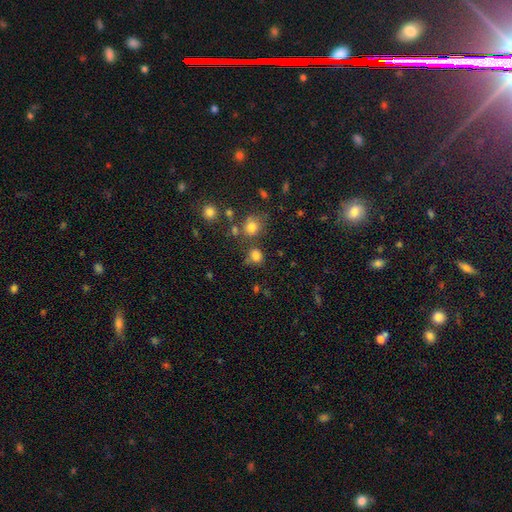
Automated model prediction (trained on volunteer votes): Smooth or featured? smooth (78%)
How rounded? round (76%)
Merging? none (68%)